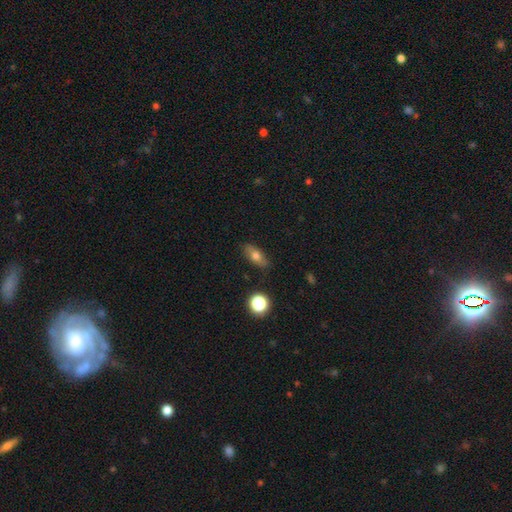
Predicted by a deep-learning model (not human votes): smooth_or_featured: smooth (p=0.67) [alt: featured or disk p=0.23]
how_rounded: in between (p=0.72) [alt: cigar-shaped p=0.19]
merging: none (p=0.84) [alt: minor disturbance p=0.11]